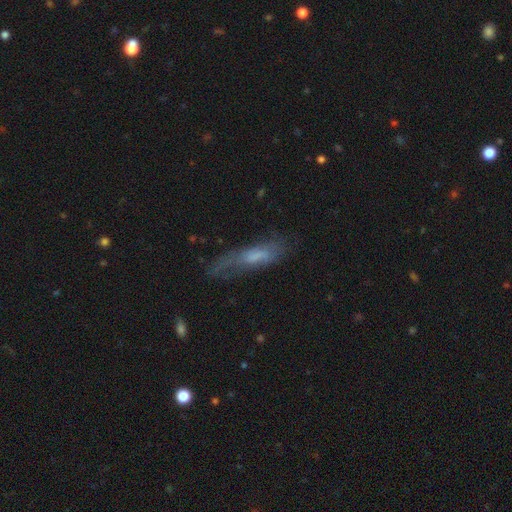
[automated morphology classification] Smooth or featured? smooth (50%)
How rounded? cigar-shaped (62%)
Merging? none (45%)